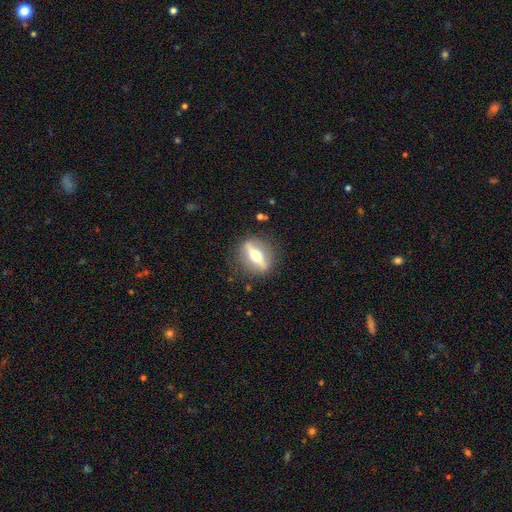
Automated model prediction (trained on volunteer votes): The model was most divided on "edge-on disk": yes: 72%, no: 28%. More confident: edge-on bulge — rounded (95%); merging — none (84%); smooth or featured — featured or disk (71%).